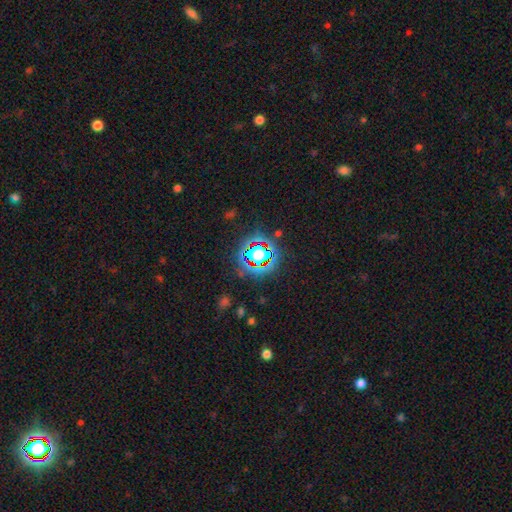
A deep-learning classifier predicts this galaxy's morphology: This appears to be a star or artifact, not a galaxy (80%).